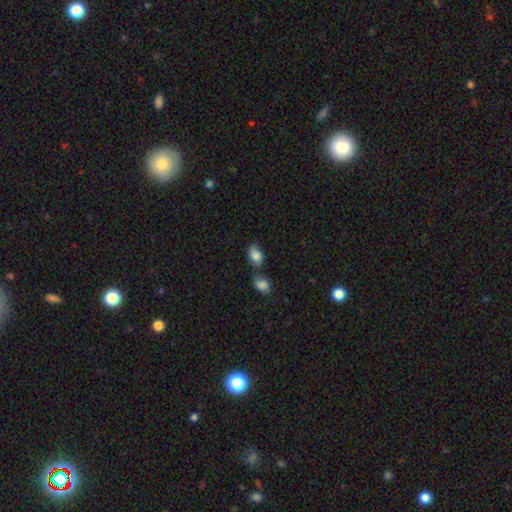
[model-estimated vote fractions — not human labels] A smooth galaxy with no disk features (79%) that is in between round and cigar-shaped (83%).

Vote fractions:
- Smooth or featured? smooth: 79% / featured or disk: 11% / star or artifact: 9%
- How rounded? in between: 83% / round: 16% / cigar-shaped: 2%
- Merging? none: 39% / merger: 35% / minor disturbance: 19% / major disturbance: 8%